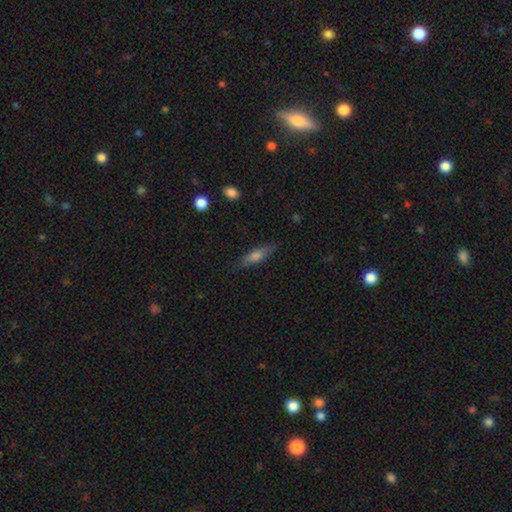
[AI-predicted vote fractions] Smooth or featured? Predicted: smooth (p=0.65). How rounded? Predicted: cigar-shaped (p=0.59). Merging? Predicted: none (p=0.81).